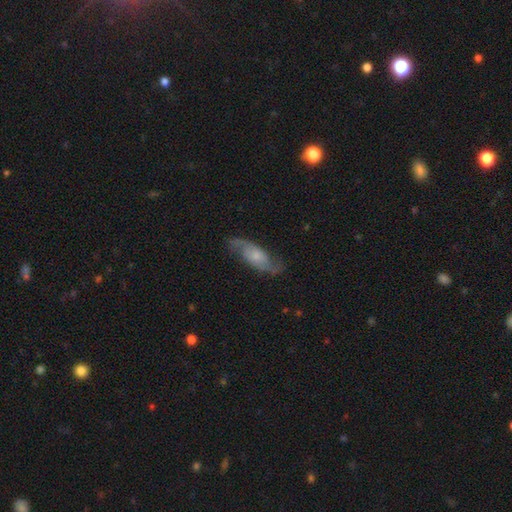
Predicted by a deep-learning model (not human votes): Q: Smooth or featured?
A: featured or disk (71%); runner-up: smooth (23%)
Q: Edge-on disk?
A: no (88%); runner-up: yes (12%)
Q: Bar?
A: no (65%); runner-up: weak (30%)
Q: Spiral arms?
A: yes (91%); runner-up: no (9%)
Q: Spiral winding?
A: loose (45%); runner-up: medium (40%)
Q: Spiral arm count?
A: 2 (88%); runner-up: can't tell (7%)
Q: Bulge size?
A: small (42%); runner-up: moderate (39%)
Q: Merging?
A: none (74%); runner-up: minor disturbance (17%)